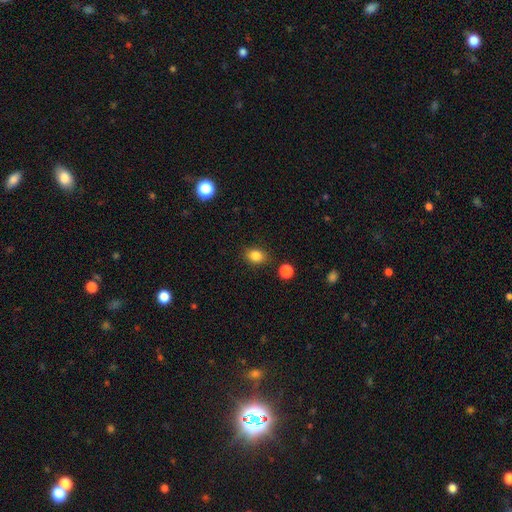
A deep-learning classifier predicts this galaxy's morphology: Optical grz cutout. It shows a smooth galaxy with no disk features (84%) that is in between round and cigar-shaped (59%). Merging: none (84%).